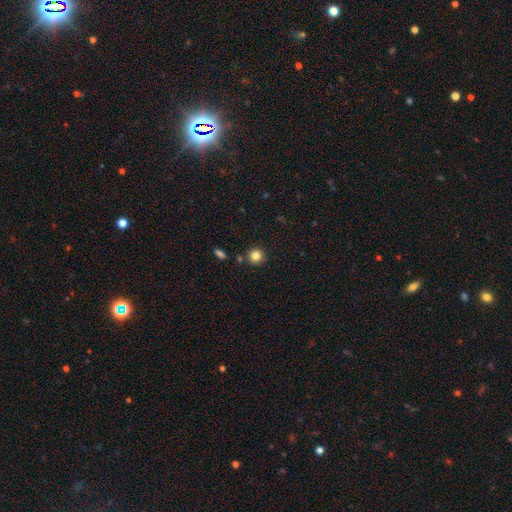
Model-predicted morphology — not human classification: Smooth or featured: smooth — 83% (star or artifact — 12%)
How rounded: round — 93% (in between — 6%)
Merging: none — 87% (minor disturbance — 7%)